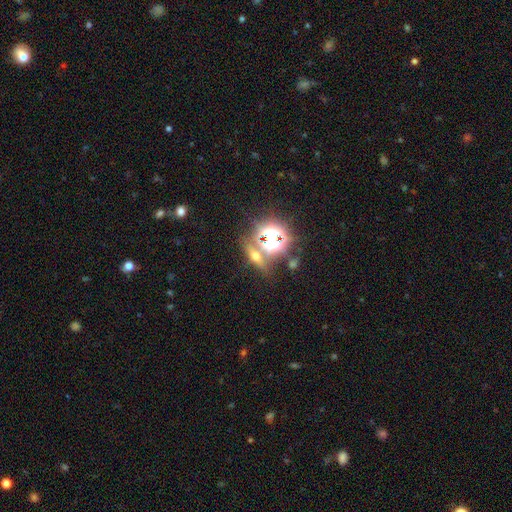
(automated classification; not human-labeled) Smooth or featured? Predicted: star or artifact (p=0.78).